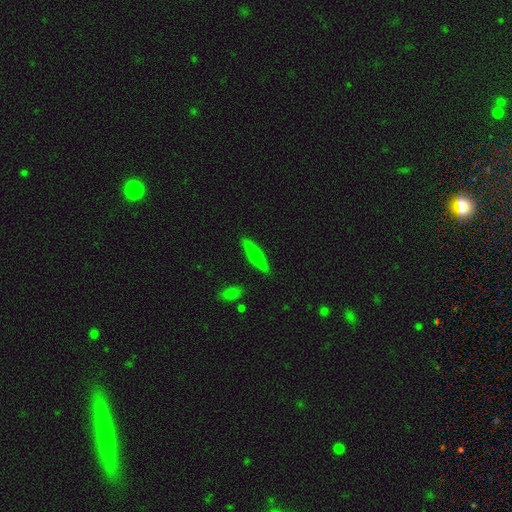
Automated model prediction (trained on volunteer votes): This appears to be a featured or disk galaxy (52%) viewed edge-on (96%). Merging: none (90%).